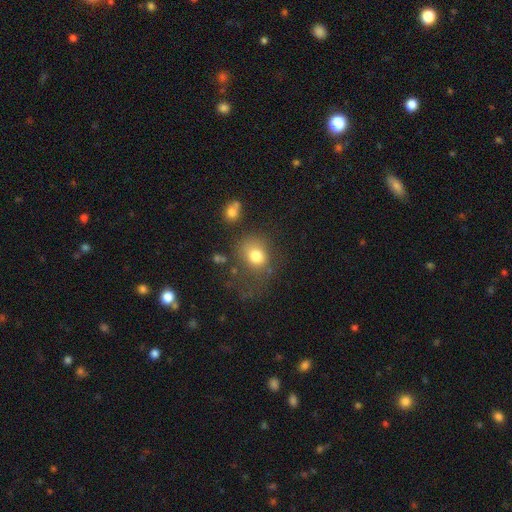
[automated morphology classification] smooth 77%, star or artifact 11%, featured or disk 11%. Down the decision tree: how rounded — round (63%); merging — none (51%).